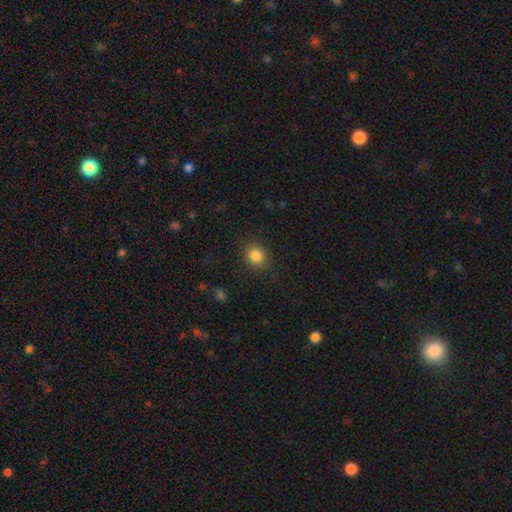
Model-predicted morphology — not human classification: smooth 85%, star or artifact 11%, featured or disk 4%. Down the decision tree: how rounded — round (73%); merging — none (86%).